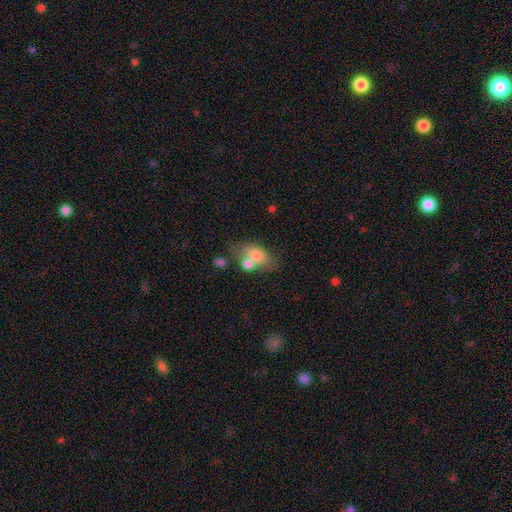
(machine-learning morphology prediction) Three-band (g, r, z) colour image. It shows a smooth galaxy with no disk features (74%) that is in between round and cigar-shaped (82%). Merging: none (41%).